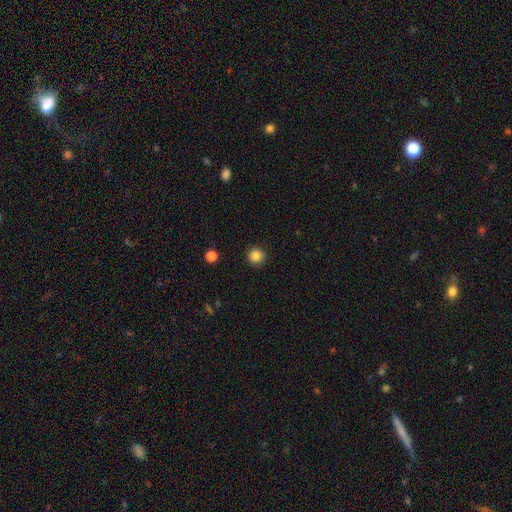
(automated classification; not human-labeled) smooth_or_featured: smooth (p=0.85) [alt: star or artifact p=0.11]
how_rounded: round (p=0.94) [alt: in between p=0.05]
merging: none (p=0.92) [alt: minor disturbance p=0.06]